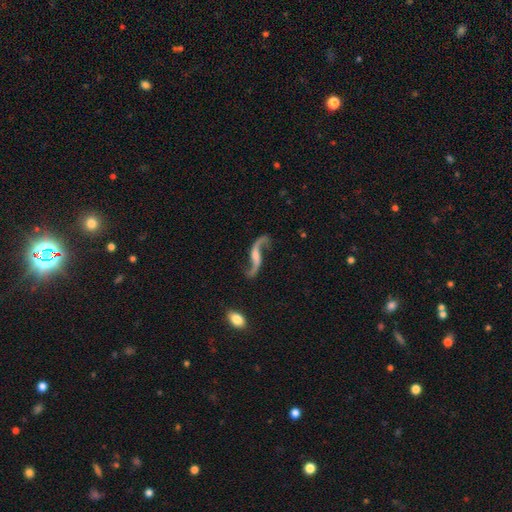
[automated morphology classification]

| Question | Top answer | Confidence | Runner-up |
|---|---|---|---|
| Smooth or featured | featured or disk | 90% | smooth (5%) |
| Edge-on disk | no | 93% | yes (7%) |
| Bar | no | 45% | weak (38%) |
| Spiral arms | yes | 96% | no (4%) |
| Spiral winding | loose | 94% | medium (5%) |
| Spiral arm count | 2 | 94% | 1 (2%) |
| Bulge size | small | 35% | none (29%) |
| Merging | none | 73% | minor disturbance (14%) |